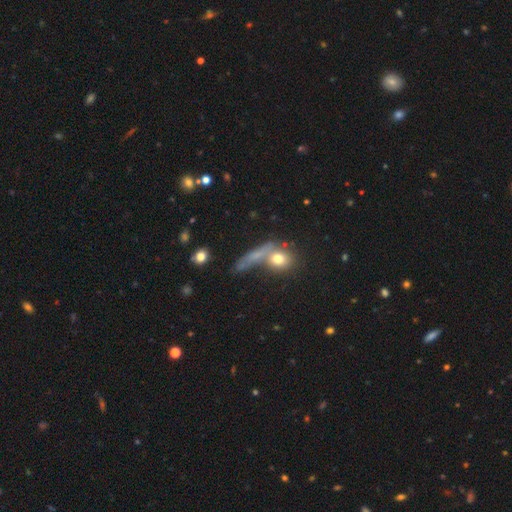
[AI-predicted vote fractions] This appears to be a smooth galaxy with no disk features (59%) that is round (43%). Merging: none (45%).